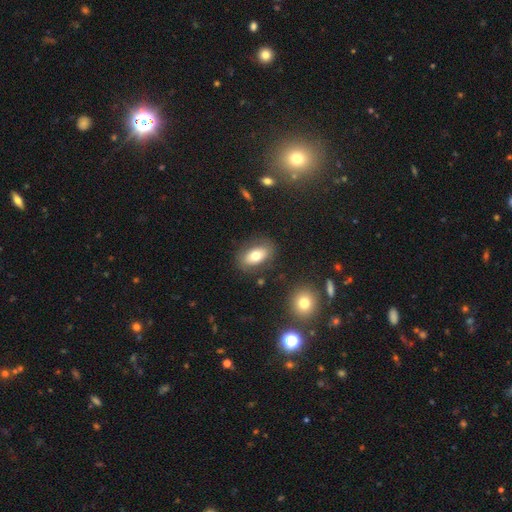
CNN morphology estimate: Smooth or featured?
  - smooth: 72% *
  - featured or disk: 20%
  - star or artifact: 8%
How rounded?
  - in between: 89% *
  - round: 8%
  - cigar-shaped: 3%
Merging?
  - none: 82% *
  - minor disturbance: 12%
  - major disturbance: 4%
  - merger: 2%